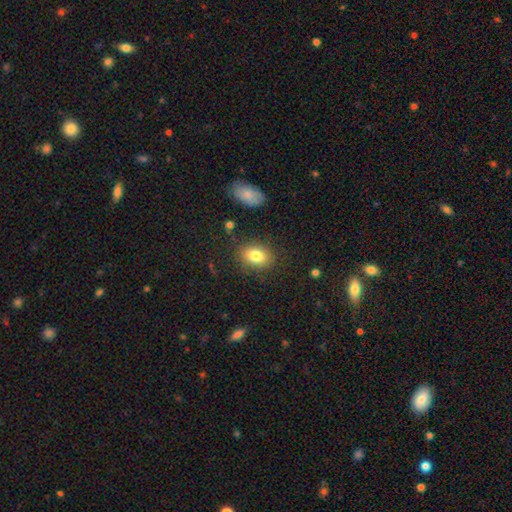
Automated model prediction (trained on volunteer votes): Overall: smooth (82%). How rounded: in between (76%). Merging: none (82%).